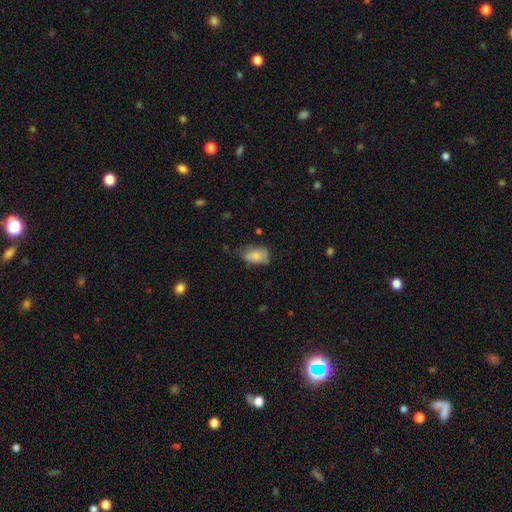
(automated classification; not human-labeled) The model was most divided on "merging": none: 47%, minor disturbance: 38%, major disturbance: 12%, merger: 2%. More confident: how rounded — in between (90%); smooth or featured — smooth (82%).